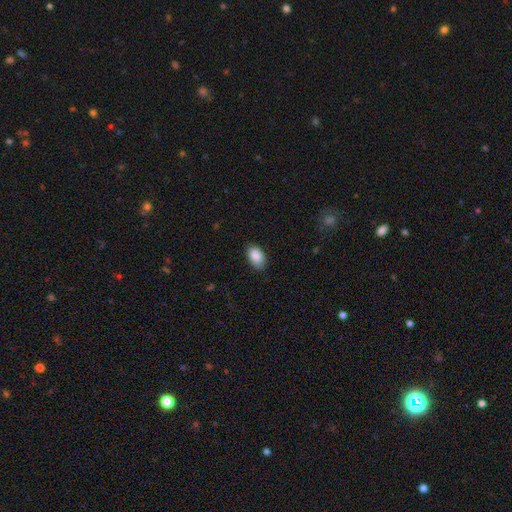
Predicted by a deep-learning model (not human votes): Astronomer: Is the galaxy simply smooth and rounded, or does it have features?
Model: smooth — 89%.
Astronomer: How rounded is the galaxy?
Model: in between — 92%.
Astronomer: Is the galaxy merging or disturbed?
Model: none — 83%.